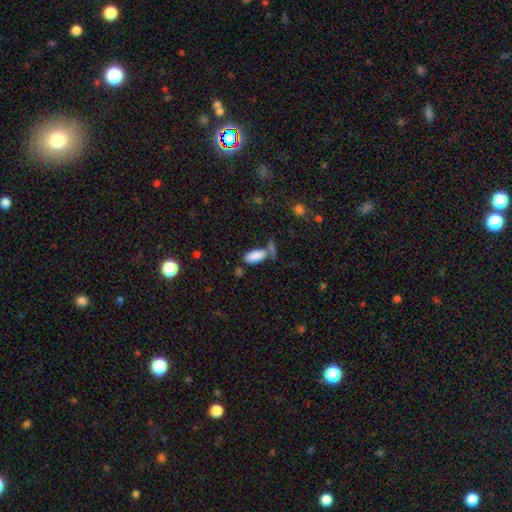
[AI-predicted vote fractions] Smooth or featured? smooth (85%)
How rounded? in between (88%)
Merging? none (59%)